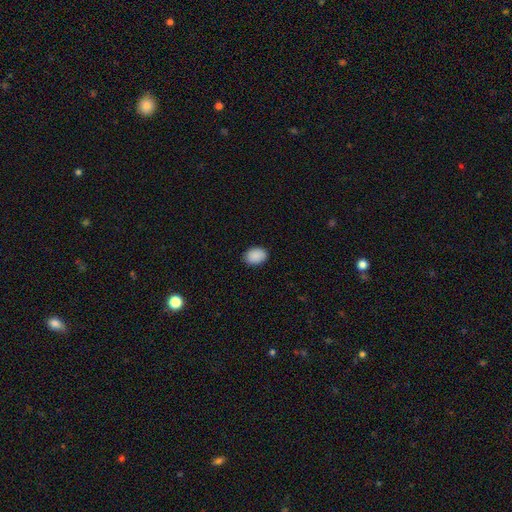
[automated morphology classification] smooth_or_featured: smooth (p=0.90) [alt: star or artifact p=0.07]
how_rounded: in between (p=0.75) [alt: round p=0.24]
merging: none (p=0.88) [alt: minor disturbance p=0.09]